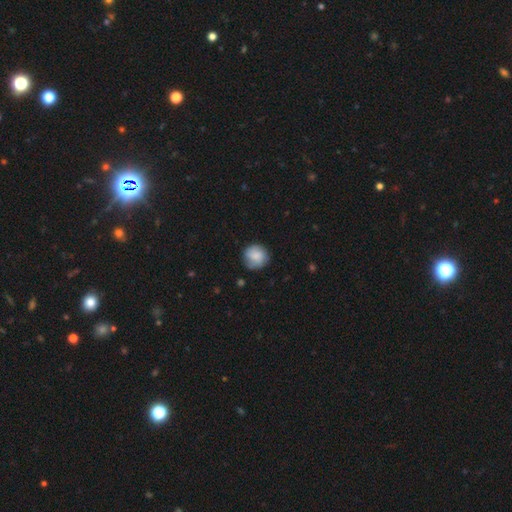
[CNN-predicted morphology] smooth 77%, featured or disk 16%, star or artifact 7%. Down the decision tree: how rounded — round (89%); merging — none (74%).